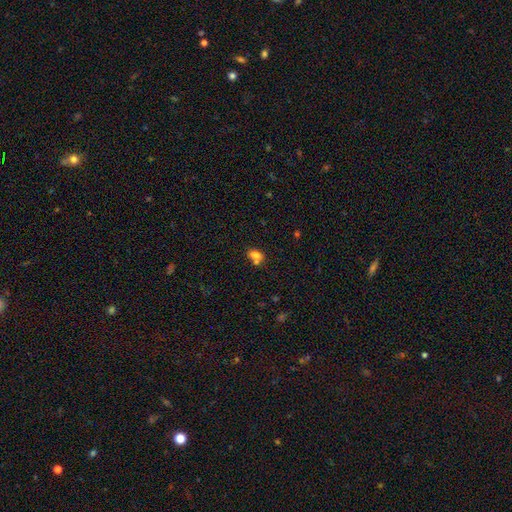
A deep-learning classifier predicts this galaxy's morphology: Smooth or featured: smooth — 76% (star or artifact — 13%)
How rounded: in between — 77% (round — 20%)
Merging: none — 44% (merger — 38%)